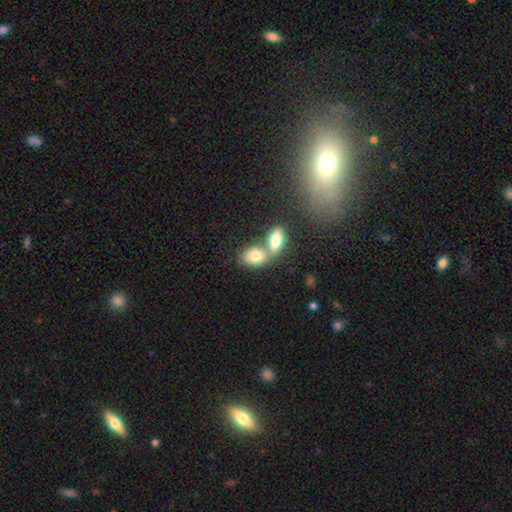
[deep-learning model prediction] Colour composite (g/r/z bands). It shows a smooth galaxy with no disk features (75%) that is in between round and cigar-shaped (78%). Merging: merger (52%).